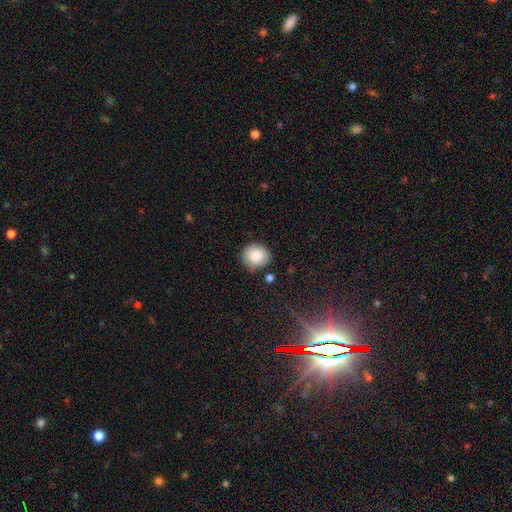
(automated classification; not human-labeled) A smooth galaxy with no disk features (86%) that is round (81%). Merging: none (81%).